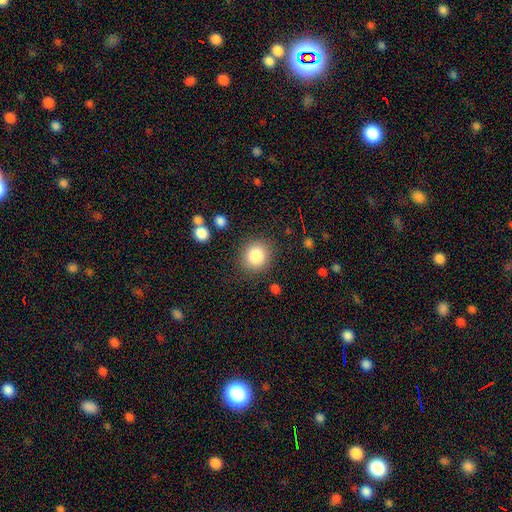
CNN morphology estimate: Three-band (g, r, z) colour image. It shows a smooth galaxy with no disk features (84%) that is round (85%). Merging: none (85%).